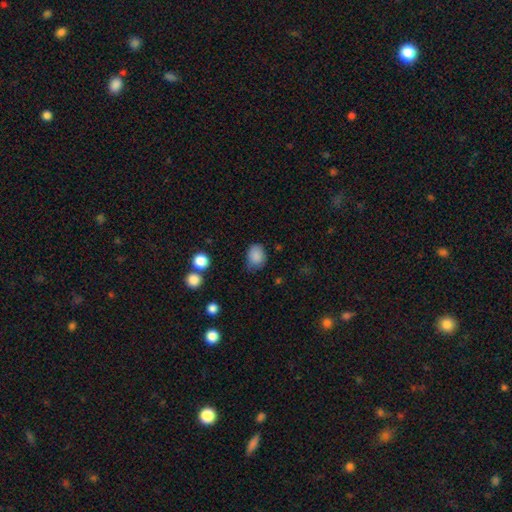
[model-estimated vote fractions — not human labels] Overall: smooth (86%). How rounded: in between (58%; round 42%). Merging: none (65%; minor disturbance 27%).